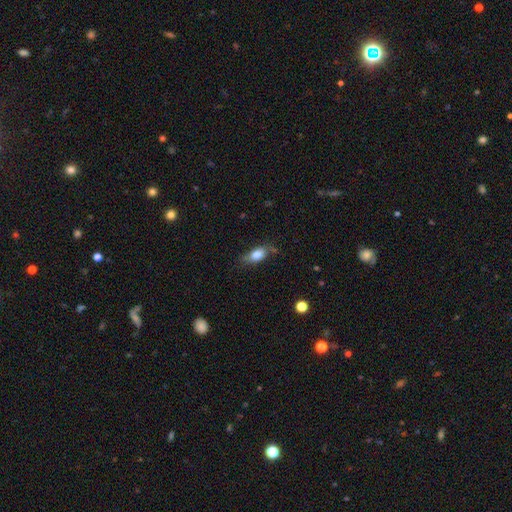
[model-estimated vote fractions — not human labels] smooth_or_featured: smooth (p=0.74) [alt: featured or disk p=0.18]
how_rounded: in between (p=0.80) [alt: cigar-shaped p=0.13]
merging: none (p=0.64) [alt: minor disturbance p=0.26]